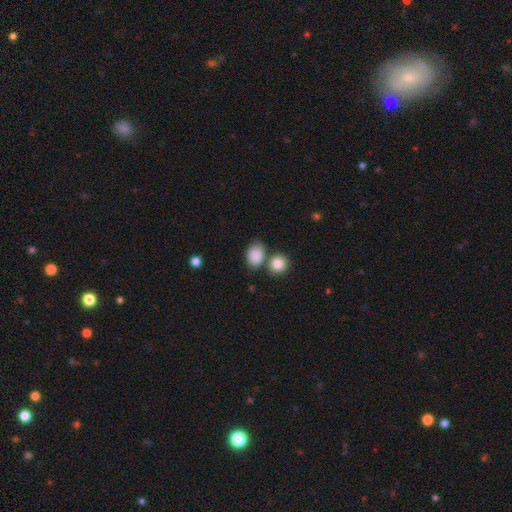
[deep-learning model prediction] smooth 87%, star or artifact 8%, featured or disk 5%. Down the decision tree: how rounded — in between (71%); merging — none (54%).